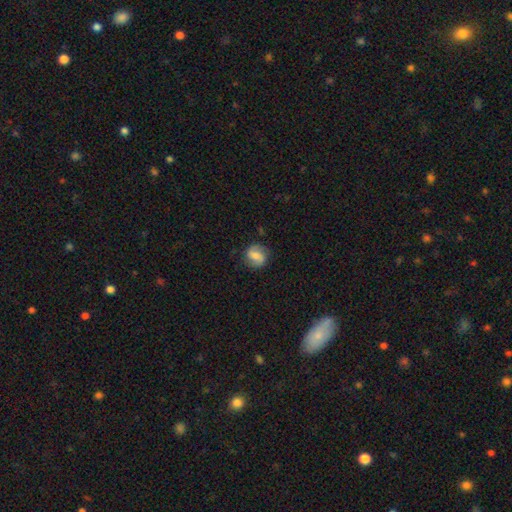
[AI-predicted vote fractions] Smooth or featured? Predicted: featured or disk (p=0.57). Edge-on disk? Predicted: no (p=0.97). Bar? Predicted: weak (p=0.47). Spiral arms? Predicted: yes (p=0.89). Bulge size? Predicted: moderate (p=0.41). Merging? Predicted: none (p=0.81).